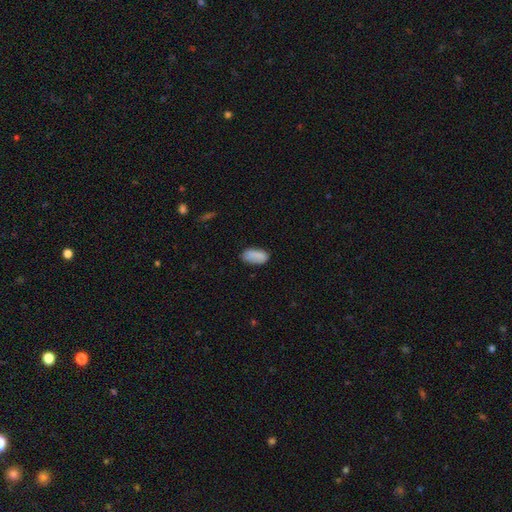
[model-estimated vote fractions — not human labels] Q: Smooth or featured?
A: smooth (87%); runner-up: star or artifact (7%)
Q: How rounded?
A: in between (92%); runner-up: cigar-shaped (5%)
Q: Merging?
A: none (77%); runner-up: minor disturbance (18%)